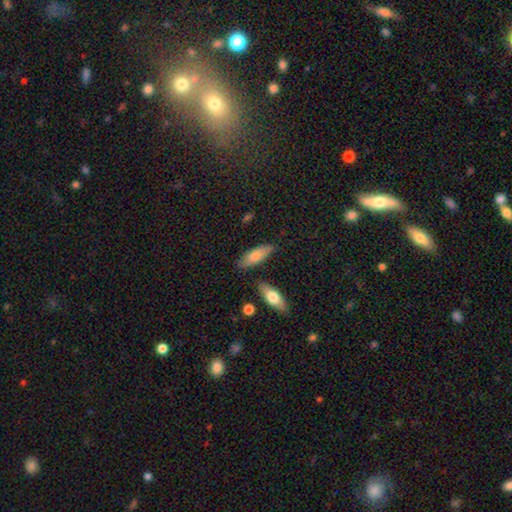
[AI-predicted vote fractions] A smooth galaxy with no disk features (77%) that is in between round and cigar-shaped (64%).

Vote fractions:
- Smooth or featured? smooth: 77% / featured or disk: 17% / star or artifact: 6%
- How rounded? in between: 64% / cigar-shaped: 34% / round: 2%
- Merging? none: 75% / minor disturbance: 17% / merger: 5% / major disturbance: 3%